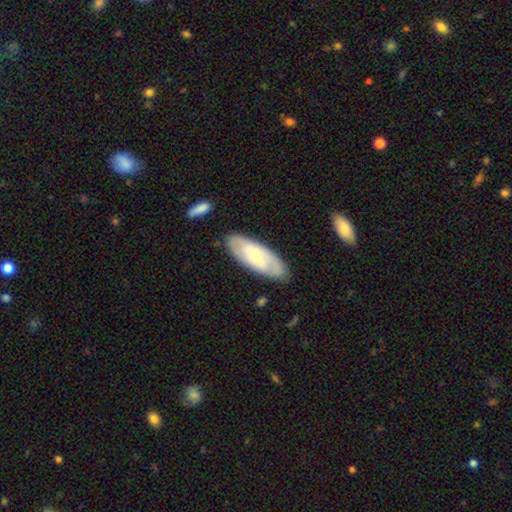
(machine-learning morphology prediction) smooth_or_featured: featured or disk (p=0.51) [alt: smooth p=0.43]
disk_edge_on: no (p=0.86) [alt: yes p=0.14]
merging: none (p=0.82) [alt: minor disturbance p=0.13]